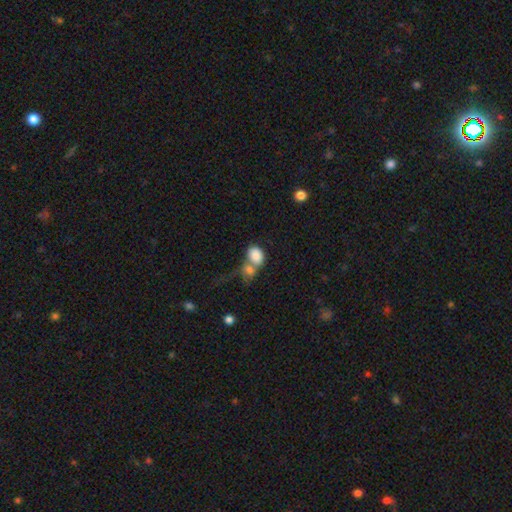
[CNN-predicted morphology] Smooth or featured?
  - smooth: 83% *
  - featured or disk: 9%
  - star or artifact: 8%
How rounded?
  - in between: 61% *
  - round: 37%
  - cigar-shaped: 1%
Merging?
  - merger: 61% *
  - none: 23%
  - minor disturbance: 9%
  - major disturbance: 7%